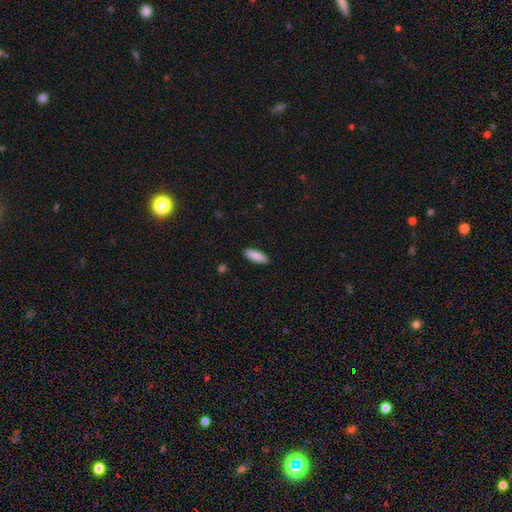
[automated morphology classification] A smooth galaxy with no disk features (90%) that is in between round and cigar-shaped (57%). Merging: none (90%).